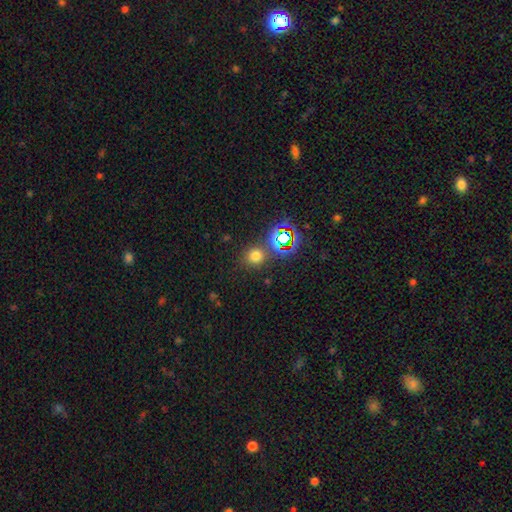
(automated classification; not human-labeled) Smooth or featured? Predicted: smooth (p=0.67). How rounded? Predicted: round (p=0.87). Merging? Predicted: none (p=0.81).